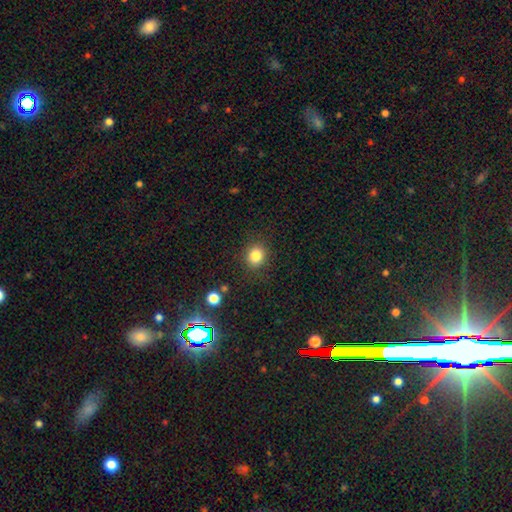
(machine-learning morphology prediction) Overall: smooth (83%). How rounded: round (77%). Merging: none (87%).